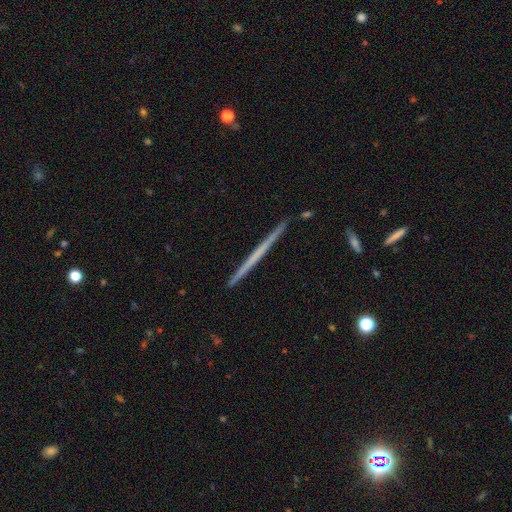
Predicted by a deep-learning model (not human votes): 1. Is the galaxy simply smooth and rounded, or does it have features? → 61% featured or disk, 33% smooth, 6% star or artifact.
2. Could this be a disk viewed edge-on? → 98% yes, 2% no.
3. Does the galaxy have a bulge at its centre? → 89% none, 8% rounded, 3% boxy.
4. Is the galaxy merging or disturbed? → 92% none, 6% minor disturbance, 1% merger, 1% major disturbance.